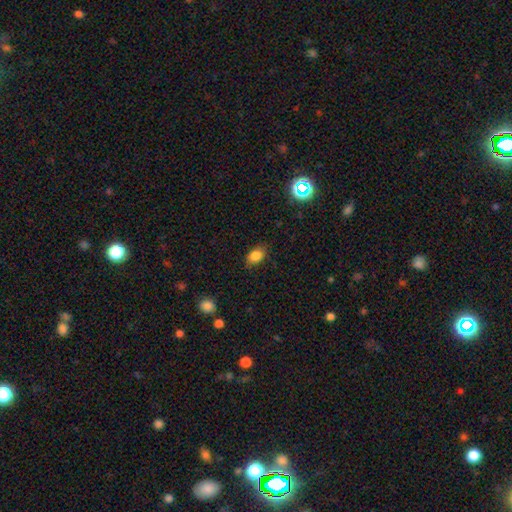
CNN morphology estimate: A smooth galaxy with no disk features (82%) that is in between round and cigar-shaped (80%).

Vote fractions:
- Smooth or featured? smooth: 82% / star or artifact: 11% / featured or disk: 7%
- How rounded? in between: 80% / round: 18% / cigar-shaped: 2%
- Merging? none: 82% / minor disturbance: 14% / major disturbance: 3% / merger: 1%